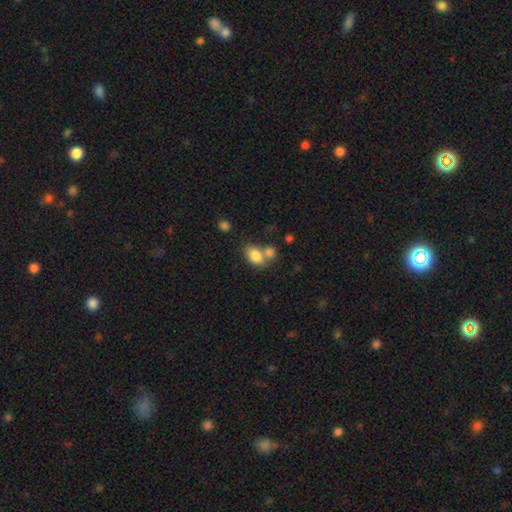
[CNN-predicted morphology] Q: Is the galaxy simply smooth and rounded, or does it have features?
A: smooth — 82%.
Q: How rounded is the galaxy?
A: in between — 74%.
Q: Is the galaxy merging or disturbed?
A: none — 44%.